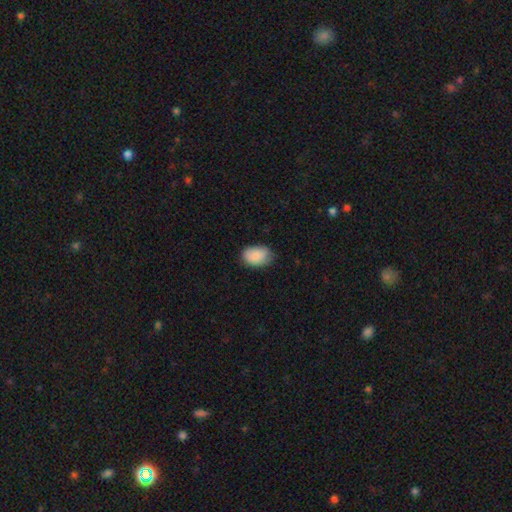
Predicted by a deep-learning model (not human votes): Smooth or featured? smooth (88%)
How rounded? in between (85%)
Merging? none (73%)